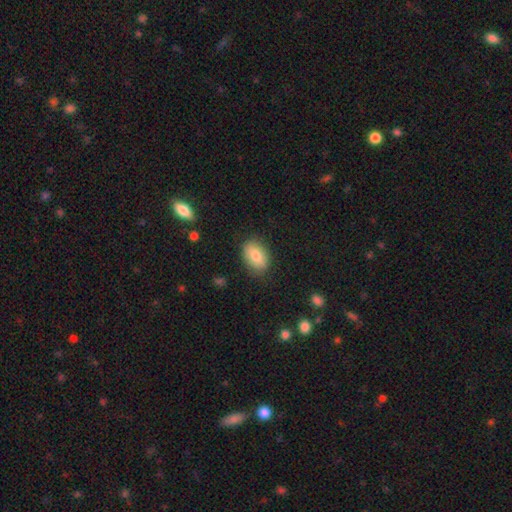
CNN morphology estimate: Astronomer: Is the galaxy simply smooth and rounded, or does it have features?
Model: smooth — 79%.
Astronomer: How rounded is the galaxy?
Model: in between — 83%.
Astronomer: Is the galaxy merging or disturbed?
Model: none — 84%.